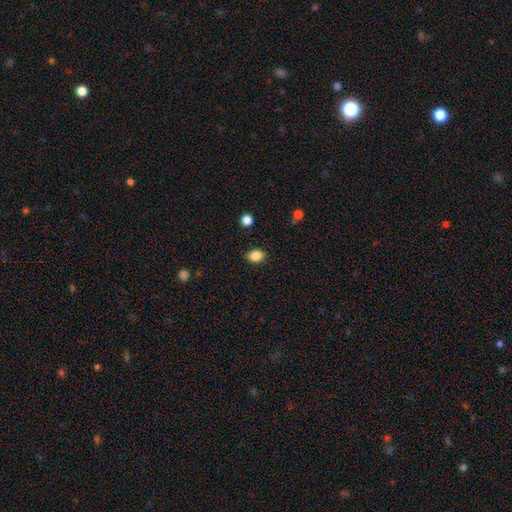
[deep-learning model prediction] Morphology: type=smooth (85%); roundness=in between (67%); merging=none (88%).